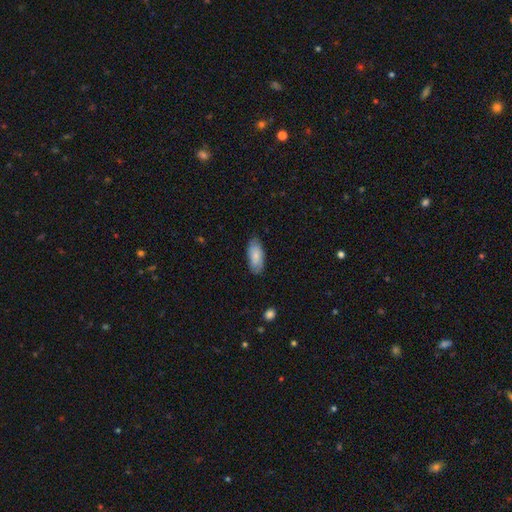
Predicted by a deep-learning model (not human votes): smooth 75%, featured or disk 20%, star or artifact 6%. Down the decision tree: how rounded — in between (88%); merging — none (80%).